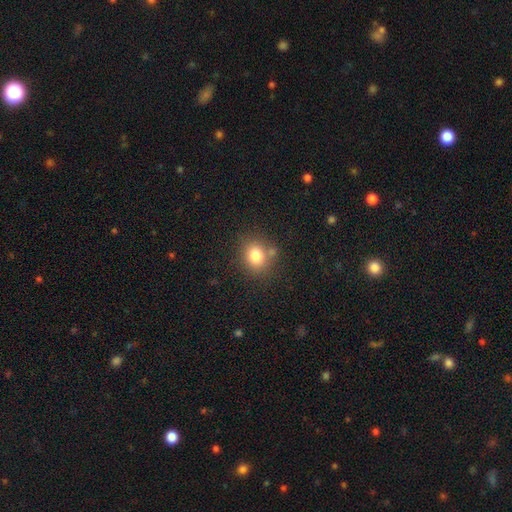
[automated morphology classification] Smooth or featured? smooth (79%)
How rounded? round (69%)
Merging? none (71%)